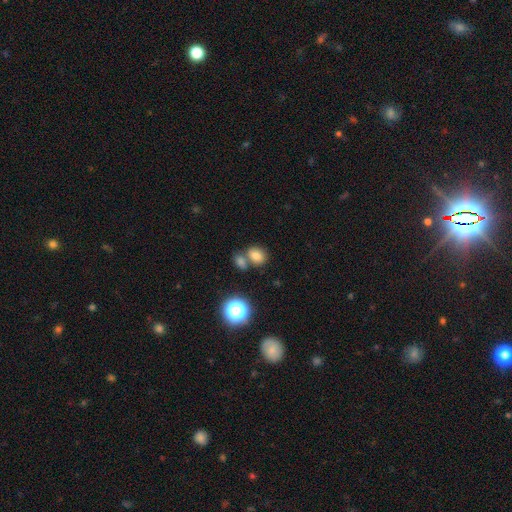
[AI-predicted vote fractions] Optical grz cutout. It shows a smooth galaxy with no disk features (77%) that is in between round and cigar-shaped (56%). Merging: none (52%).